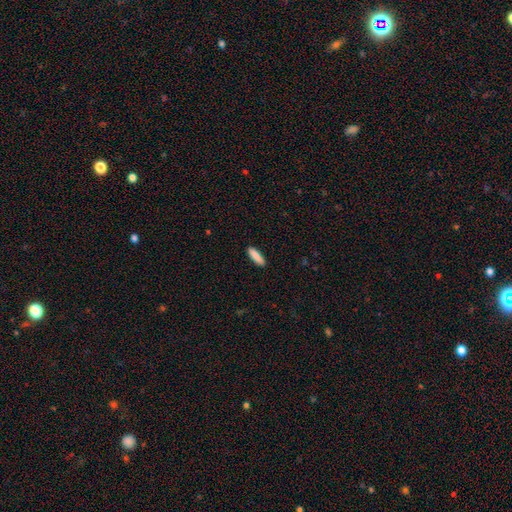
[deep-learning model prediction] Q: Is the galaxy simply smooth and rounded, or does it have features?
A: smooth — 88%.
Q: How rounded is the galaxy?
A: cigar-shaped — 65%.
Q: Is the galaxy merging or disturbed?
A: none — 90%.